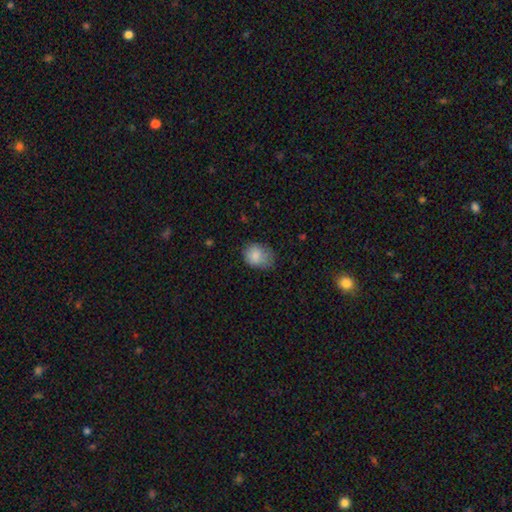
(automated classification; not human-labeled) Smooth or featured? Predicted: smooth (p=0.83). How rounded? Predicted: in between (p=0.52). Merging? Predicted: none (p=0.54).